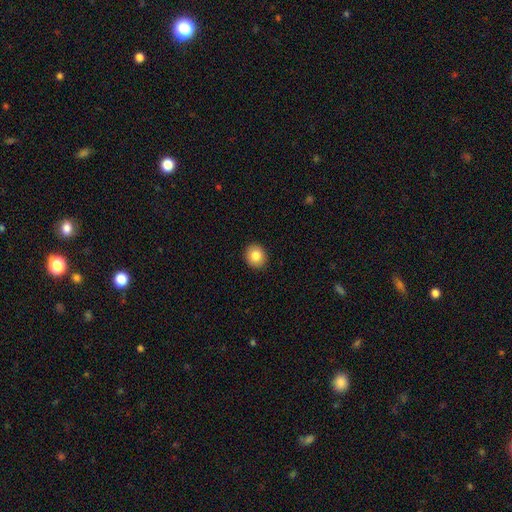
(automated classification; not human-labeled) smooth_or_featured: smooth (p=0.83) [alt: star or artifact p=0.09]
how_rounded: round (p=0.80) [alt: in between p=0.19]
merging: none (p=0.92) [alt: minor disturbance p=0.06]